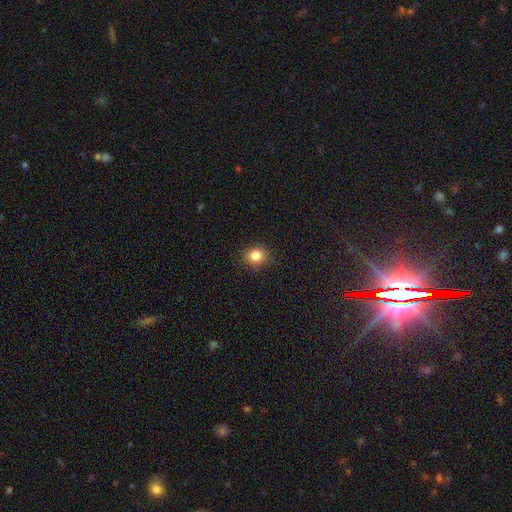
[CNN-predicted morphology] Smooth or featured? smooth (84%)
How rounded? round (79%)
Merging? none (85%)